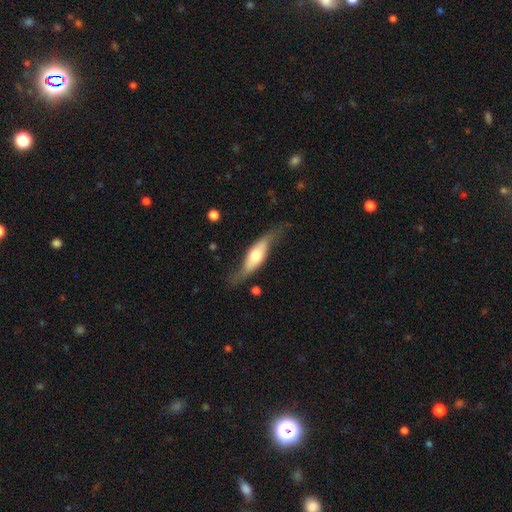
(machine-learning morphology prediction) featured or disk 59%, smooth 36%, star or artifact 5%. Down the decision tree: edge-on disk — yes (56%); merging — none (61%).